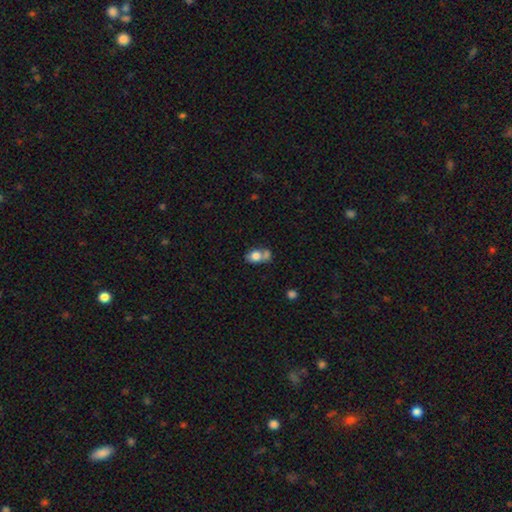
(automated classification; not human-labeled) Smooth or featured?
  - smooth: 74% *
  - featured or disk: 17%
  - star or artifact: 9%
How rounded?
  - in between: 65% *
  - round: 33%
  - cigar-shaped: 2%
Merging?
  - merger: 44% *
  - none: 35%
  - minor disturbance: 14%
  - major disturbance: 7%